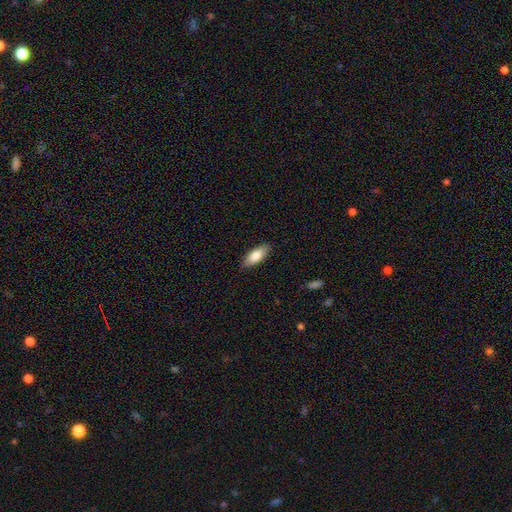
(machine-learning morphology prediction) type=smooth (81%); roundness=in between (73%); merging=none (87%).